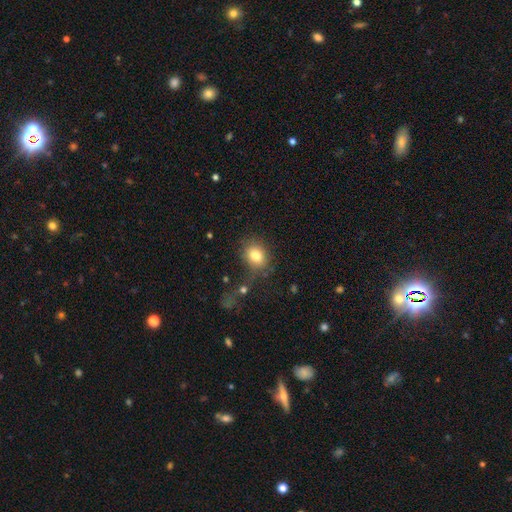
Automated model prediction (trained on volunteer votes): smooth-or-featured: smooth: 81% | star or artifact: 10% | featured or disk: 8%
  how-rounded: round: 51% | in between: 48% | cigar-shaped: 1%
  merging: none: 69% | minor disturbance: 16% | major disturbance: 8% | merger: 7%